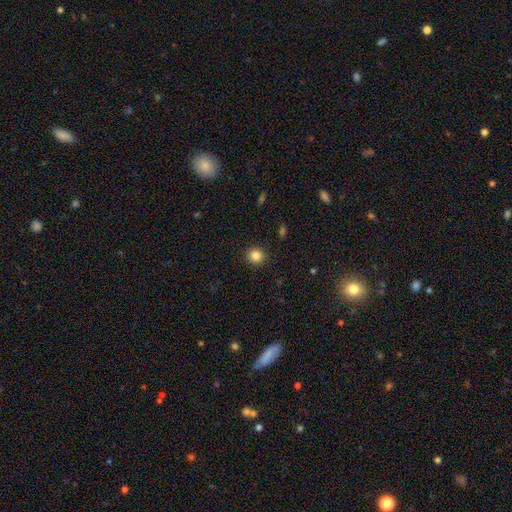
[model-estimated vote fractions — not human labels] A smooth galaxy with no disk features (84%) that is round (91%).

Vote fractions:
- Smooth or featured? smooth: 84% / star or artifact: 11% / featured or disk: 5%
- How rounded? round: 91% / in between: 8% / cigar-shaped: 1%
- Merging? none: 92% / minor disturbance: 6% / major disturbance: 2% / merger: 1%